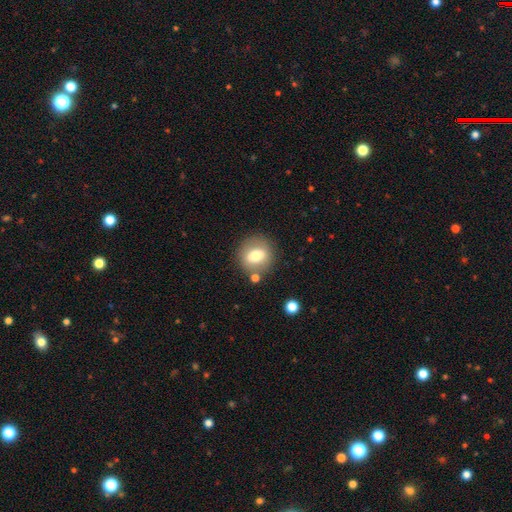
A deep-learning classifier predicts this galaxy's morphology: Smooth or featured? smooth (68%)
How rounded? round (74%)
Merging? none (79%)